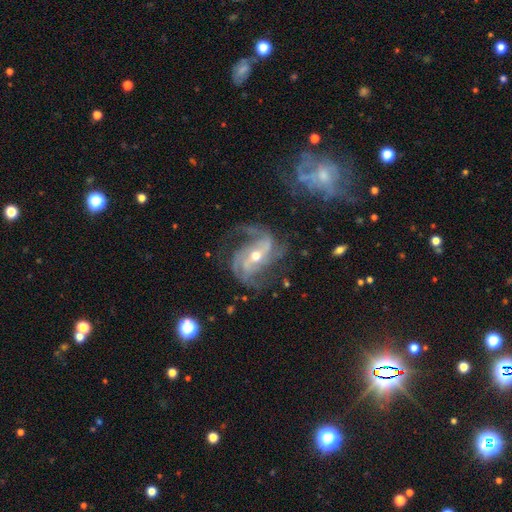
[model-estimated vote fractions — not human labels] Q: Smooth or featured?
A: featured or disk (90%); runner-up: star or artifact (6%)
Q: Edge-on disk?
A: no (97%); runner-up: yes (3%)
Q: Bar?
A: weak (38%); runner-up: strong (32%)
Q: Spiral arms?
A: yes (97%); runner-up: no (3%)
Q: Spiral winding?
A: medium (49%); runner-up: loose (29%)
Q: Spiral arm count?
A: 3 (35%); runner-up: 2 (32%)
Q: Bulge size?
A: moderate (55%); runner-up: small (41%)
Q: Merging?
A: none (59%); runner-up: minor disturbance (19%)